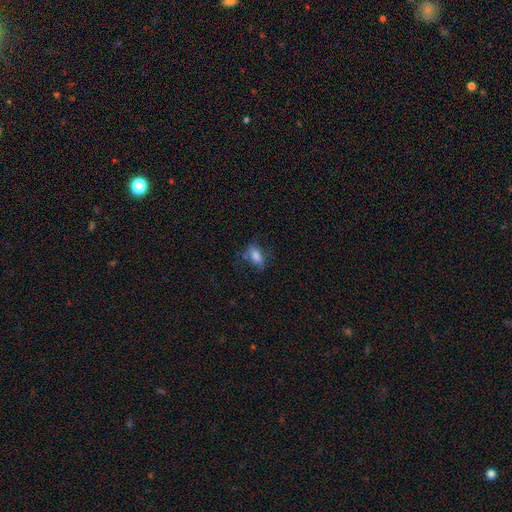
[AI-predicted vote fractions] A smooth galaxy with no disk features (74%) that is in between round and cigar-shaped (84%). Merging: none (59%).